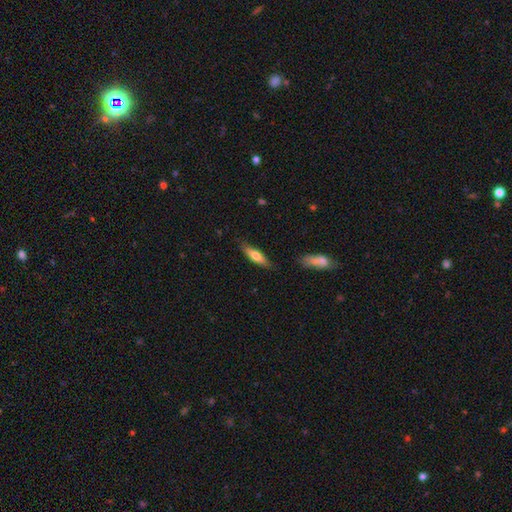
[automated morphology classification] This is likely a smooth galaxy (65%). How rounded: possibly cigar-shaped (59%). Merging: clearly none (82%).